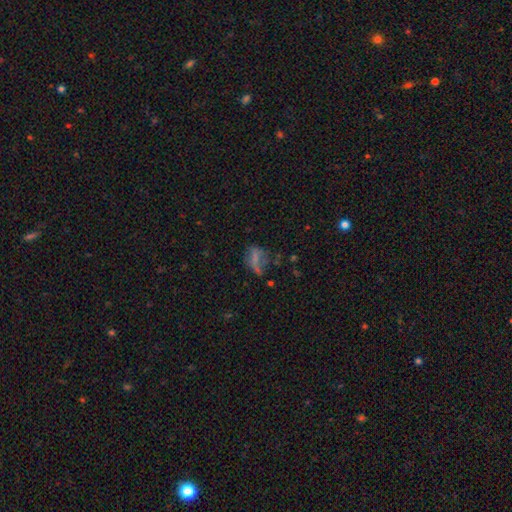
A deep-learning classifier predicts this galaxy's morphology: Overall: smooth (41%; featured or disk 33%). Merging: none (40%; major disturbance 30%).